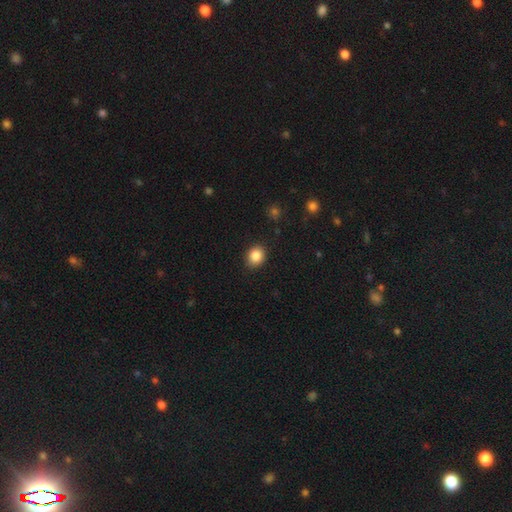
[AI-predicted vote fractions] A smooth galaxy with no disk features (85%) that is round (64%).

Vote fractions:
- Smooth or featured? smooth: 85% / star or artifact: 10% / featured or disk: 5%
- How rounded? round: 64% / in between: 35% / cigar-shaped: 1%
- Merging? none: 89% / minor disturbance: 8% / major disturbance: 2% / merger: 1%